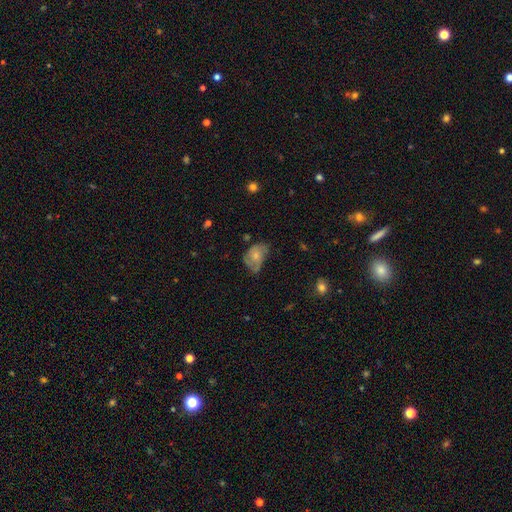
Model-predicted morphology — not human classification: The model was most divided on "merging" (2-way tie): none: 37%, minor disturbance: 37%, major disturbance: 23%, merger: 3%. Remaining: smooth or featured — smooth (47%).